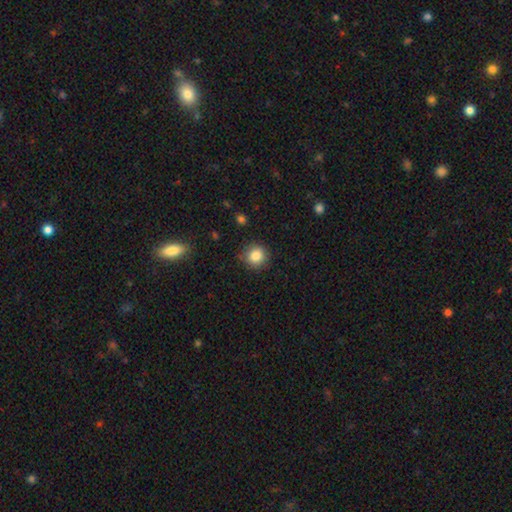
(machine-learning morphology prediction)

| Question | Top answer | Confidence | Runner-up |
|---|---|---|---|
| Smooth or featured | smooth | 84% | star or artifact (10%) |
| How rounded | round | 92% | in between (7%) |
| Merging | none | 86% | minor disturbance (10%) |